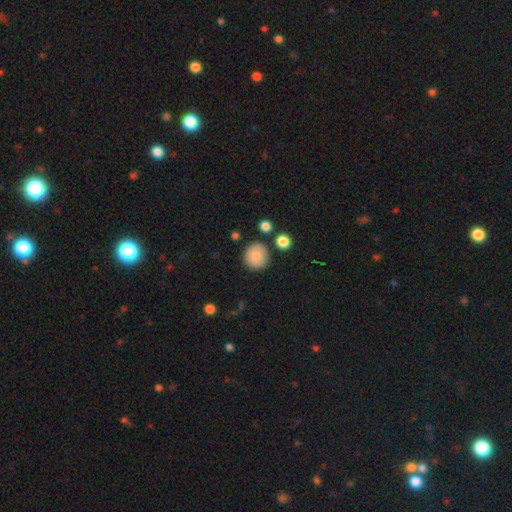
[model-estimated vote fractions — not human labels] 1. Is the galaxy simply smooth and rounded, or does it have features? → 81% smooth, 10% featured or disk, 8% star or artifact.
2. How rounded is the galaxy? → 91% round, 8% in between, 1% cigar-shaped.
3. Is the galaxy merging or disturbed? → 83% none, 10% minor disturbance, 4% merger, 3% major disturbance.